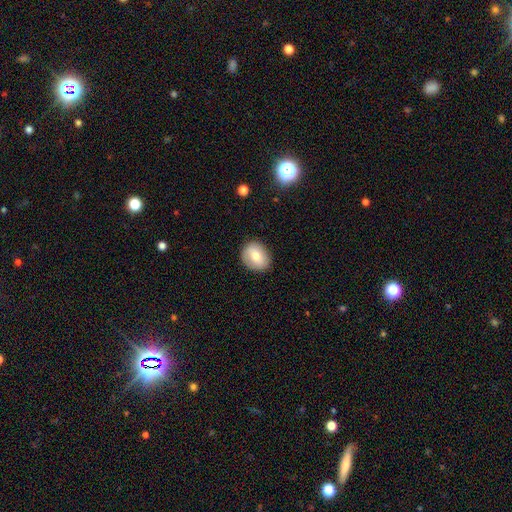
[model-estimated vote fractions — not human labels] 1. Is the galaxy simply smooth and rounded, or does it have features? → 73% smooth, 20% featured or disk, 8% star or artifact.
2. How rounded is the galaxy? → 59% round, 40% in between, 1% cigar-shaped.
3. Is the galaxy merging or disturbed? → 86% none, 10% minor disturbance, 3% major disturbance, 1% merger.